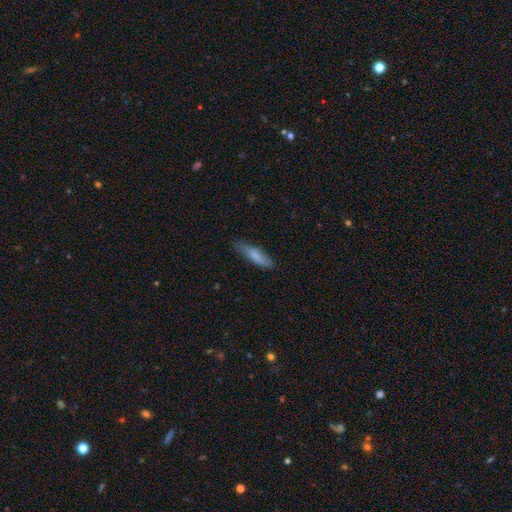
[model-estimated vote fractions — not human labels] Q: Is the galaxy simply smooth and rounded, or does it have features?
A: smooth — 78%.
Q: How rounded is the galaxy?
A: cigar-shaped — 67%.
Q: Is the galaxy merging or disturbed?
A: none — 73%.